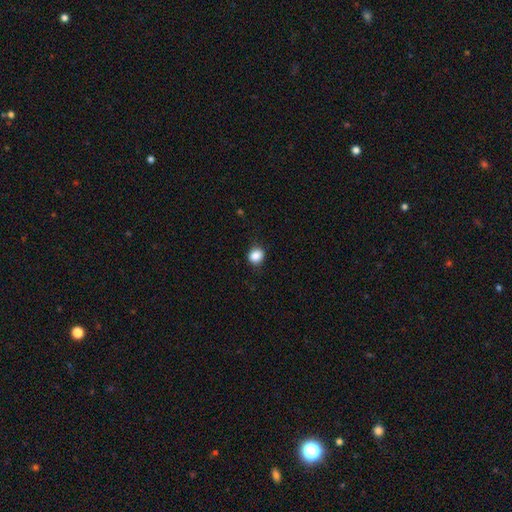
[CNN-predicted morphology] A smooth galaxy with no disk features (87%) that is round (74%).

Vote fractions:
- Smooth or featured? smooth: 87% / star or artifact: 10% / featured or disk: 3%
- How rounded? round: 74% / in between: 26% / cigar-shaped: 1%
- Merging? none: 84% / minor disturbance: 13% / major disturbance: 3% / merger: 1%